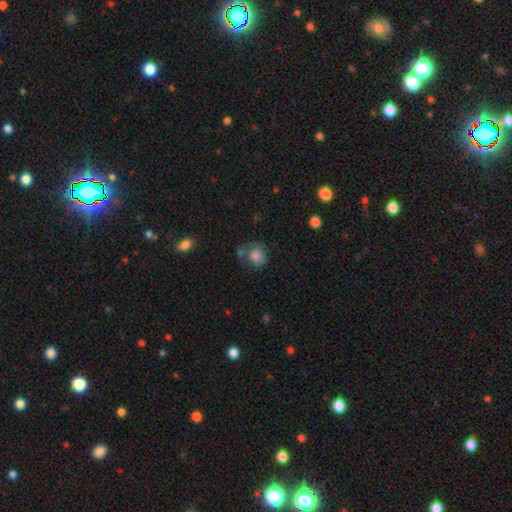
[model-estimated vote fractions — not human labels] This is likely a smooth galaxy (77%). How rounded: likely round (69%). Merging: possibly none (46%).